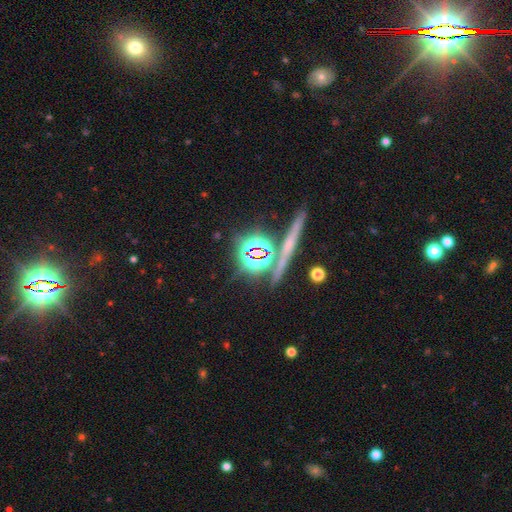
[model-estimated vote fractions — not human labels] A star or artifact, not a galaxy (64%).

Vote fractions:
- Smooth or featured? star or artifact: 64% / smooth: 19% / featured or disk: 17%